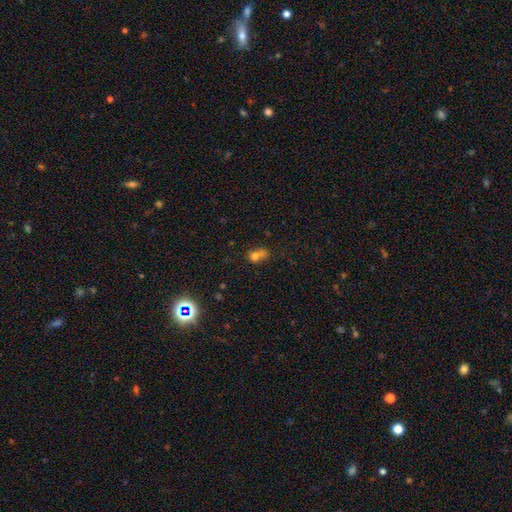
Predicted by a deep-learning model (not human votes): Smooth or featured?
  - smooth: 69% *
  - star or artifact: 17%
  - featured or disk: 14%
How rounded?
  - round: 59% *
  - in between: 39%
  - cigar-shaped: 2%
Merging?
  - merger: 47% *
  - none: 30%
  - minor disturbance: 14%
  - major disturbance: 9%